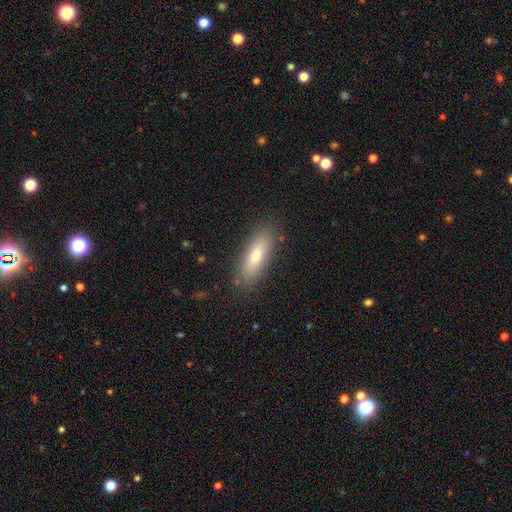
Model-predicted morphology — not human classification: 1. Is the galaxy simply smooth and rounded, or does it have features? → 74% smooth, 19% featured or disk, 7% star or artifact.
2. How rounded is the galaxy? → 53% in between, 45% cigar-shaped, 2% round.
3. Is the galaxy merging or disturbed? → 86% none, 10% minor disturbance, 3% major disturbance, 1% merger.